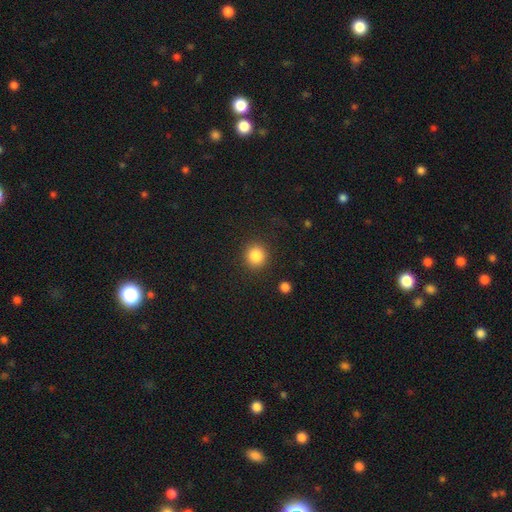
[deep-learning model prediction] Overall: smooth (86%). How rounded: round (90%). Merging: none (89%).